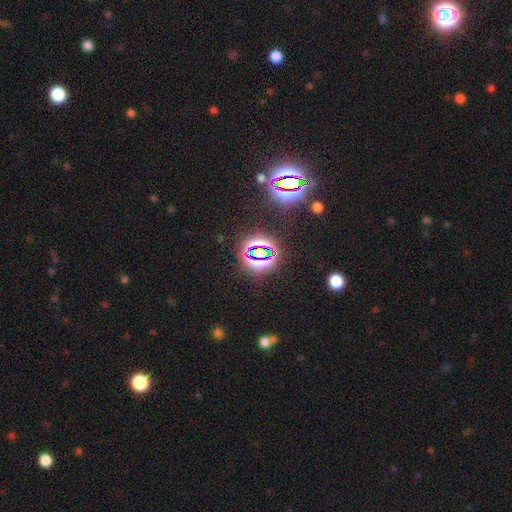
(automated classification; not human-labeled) Smooth or featured? star or artifact (76%)